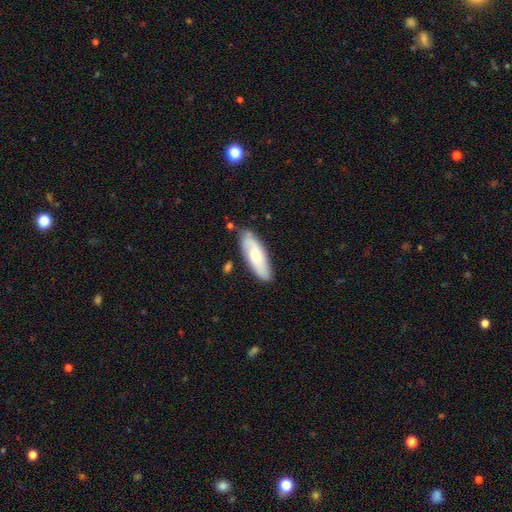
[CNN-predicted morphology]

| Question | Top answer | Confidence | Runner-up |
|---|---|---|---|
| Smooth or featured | smooth | 53% | featured or disk (41%) |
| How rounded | in between | 63% | cigar-shaped (35%) |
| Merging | none | 76% | minor disturbance (17%) |